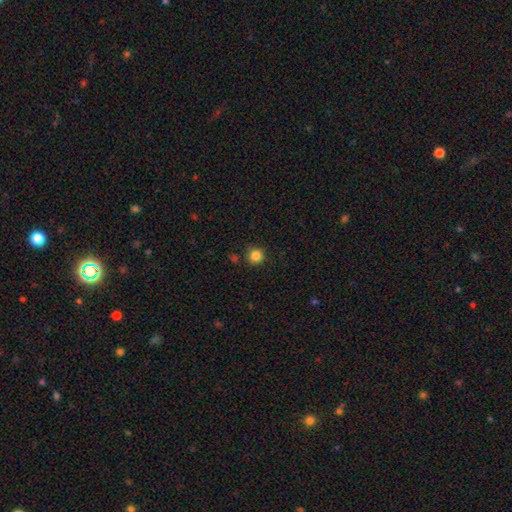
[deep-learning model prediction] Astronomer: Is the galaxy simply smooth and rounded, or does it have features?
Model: smooth — 84%.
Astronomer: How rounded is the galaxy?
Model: round — 94%.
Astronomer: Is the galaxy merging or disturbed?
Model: none — 86%.